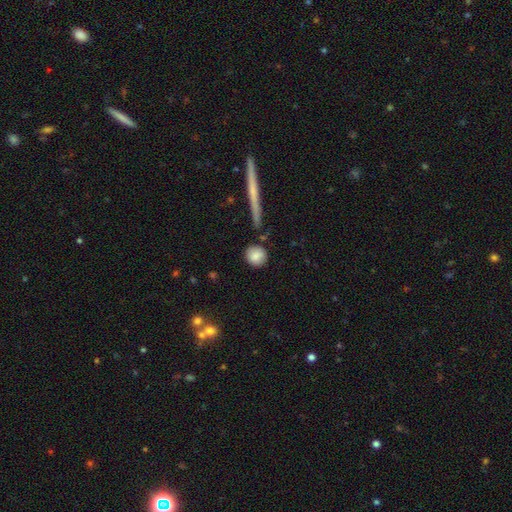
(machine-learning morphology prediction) The model was most divided on "merging": none: 80%, minor disturbance: 12%, merger: 4%, major disturbance: 3%. More confident: how rounded — round (87%); smooth or featured — smooth (85%).